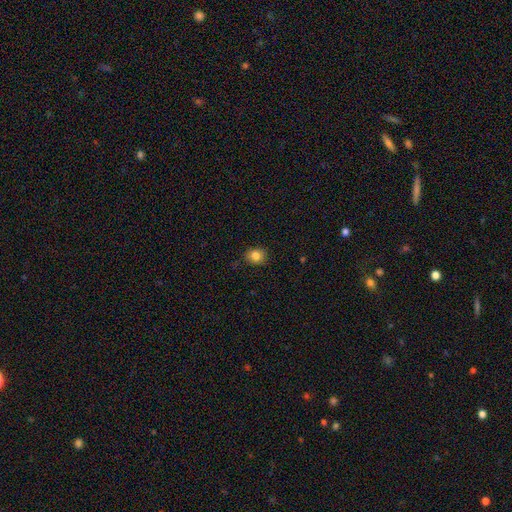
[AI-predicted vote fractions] smooth_or_featured: smooth (p=0.84) [alt: star or artifact p=0.11]
how_rounded: round (p=0.70) [alt: in between p=0.29]
merging: none (p=0.82) [alt: minor disturbance p=0.14]